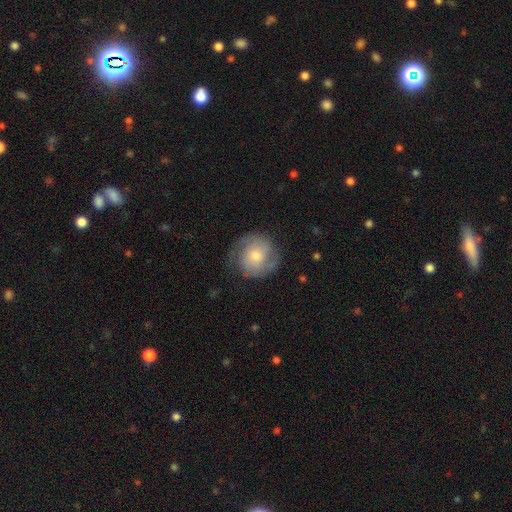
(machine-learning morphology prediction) Overall: featured or disk (55%; smooth 38%). Edge-on disk: no (97%). Bar: no (72%). Spiral arms: yes (84%). Bulge size: moderate (57%; small 33%). Merging: none (67%).